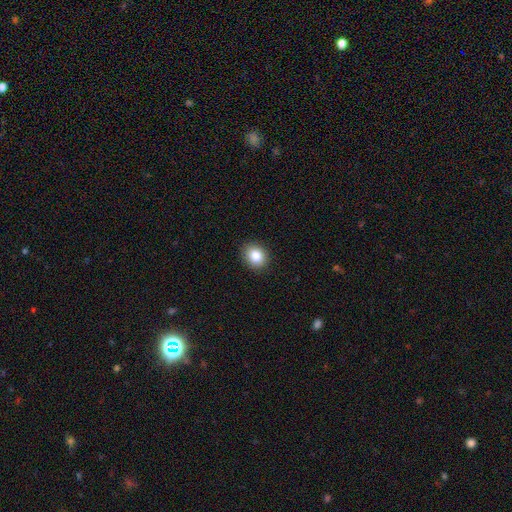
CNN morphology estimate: This appears to be a smooth galaxy with no disk features (85%) that is round (62%). Merging: none (90%).